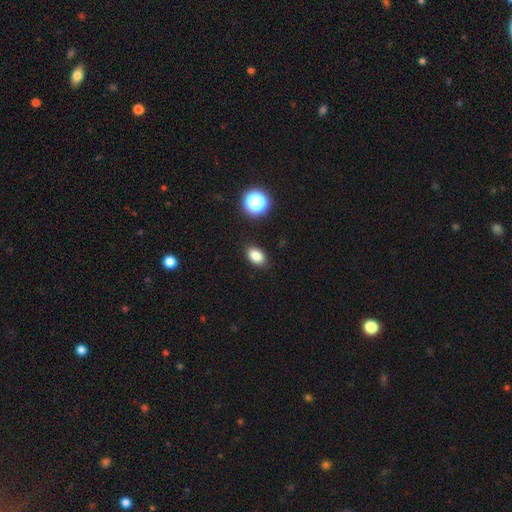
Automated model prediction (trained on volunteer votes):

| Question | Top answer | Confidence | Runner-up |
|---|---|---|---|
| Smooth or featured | smooth | 84% | star or artifact (11%) |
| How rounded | in between | 83% | round (16%) |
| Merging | none | 88% | minor disturbance (8%) |